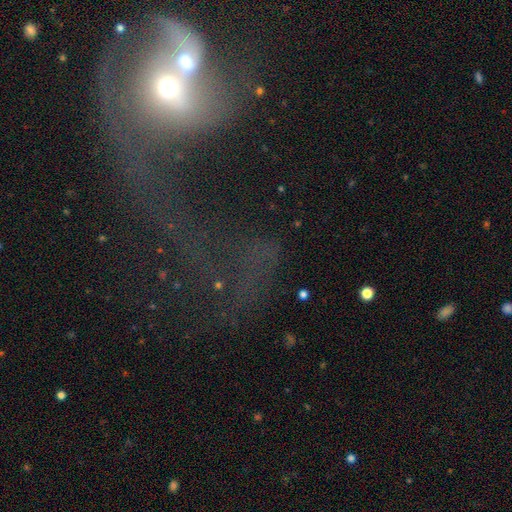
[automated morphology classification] Smooth or featured? featured or disk (48%)
Merging? merger (42%)